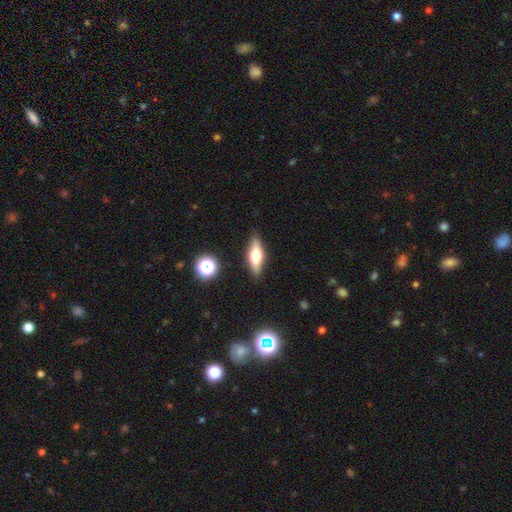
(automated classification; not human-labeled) Smooth or featured? Predicted: smooth (p=0.50). How rounded? Predicted: in between (p=0.54). Merging? Predicted: none (p=0.85).